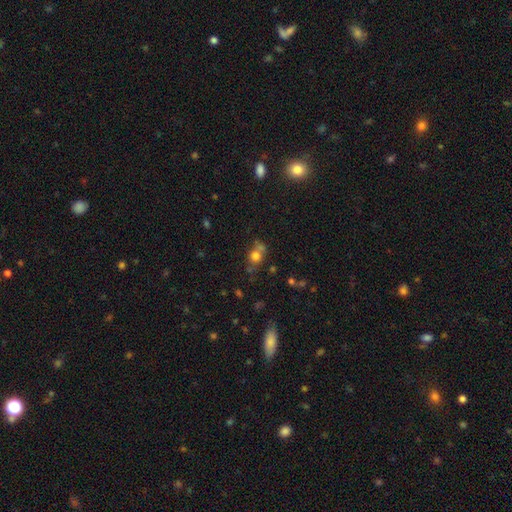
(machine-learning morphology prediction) type=smooth (71%); roundness=round (73%); merging=none (52%).